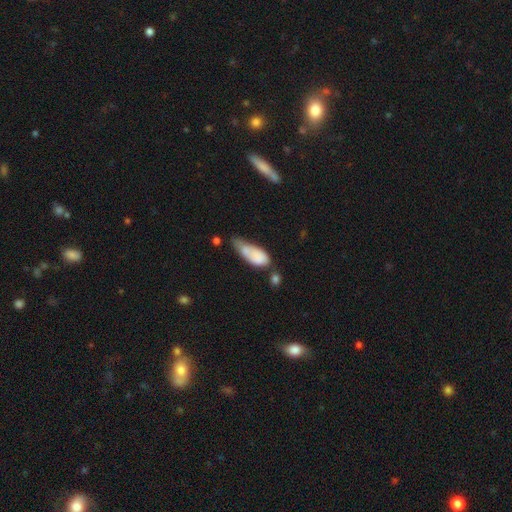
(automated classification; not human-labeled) Smooth or featured? Predicted: smooth (p=0.73). How rounded? Predicted: in between (p=0.77). Merging? Predicted: minor disturbance (p=0.29).